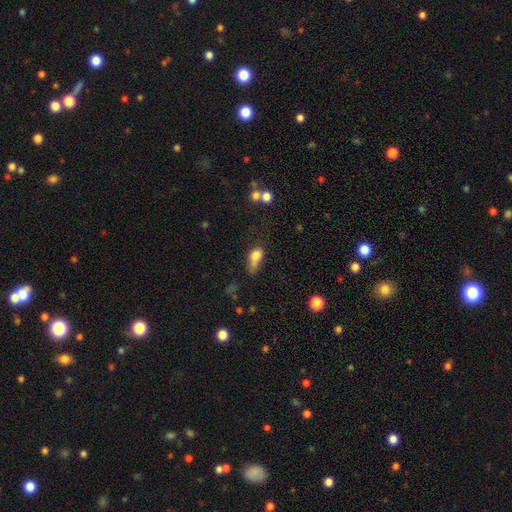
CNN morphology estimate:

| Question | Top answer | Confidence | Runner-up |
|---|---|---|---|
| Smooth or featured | smooth | 76% | featured or disk (13%) |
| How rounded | in between | 70% | round (23%) |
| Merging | minor disturbance | 30% | major disturbance (26%) |